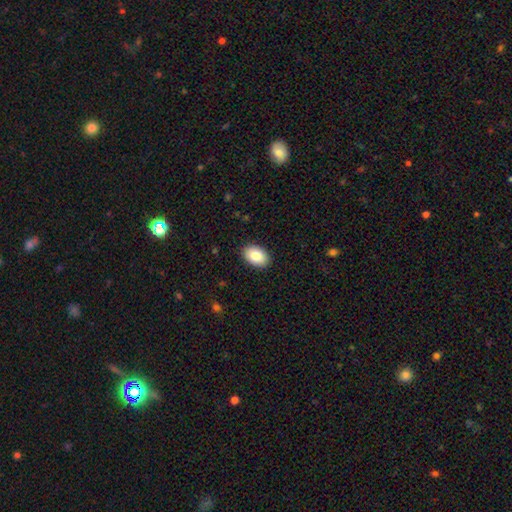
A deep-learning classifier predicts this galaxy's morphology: Smooth or featured? Predicted: smooth (p=0.85). How rounded? Predicted: in between (p=0.88). Merging? Predicted: none (p=0.90).